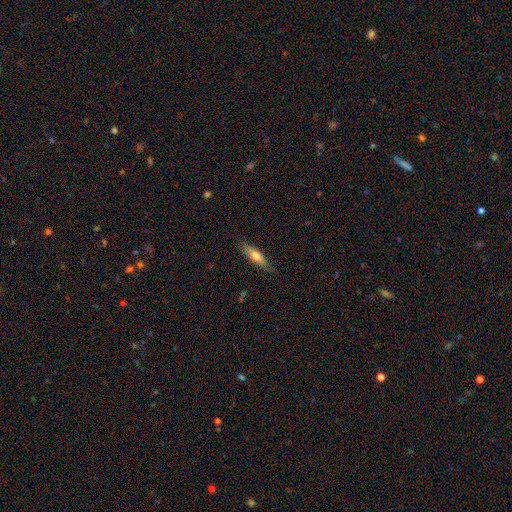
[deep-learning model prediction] Smooth or featured?
  - smooth: 62% *
  - featured or disk: 32%
  - star or artifact: 6%
How rounded?
  - cigar-shaped: 65% *
  - in between: 34%
  - round: 2%
Merging?
  - none: 81% *
  - minor disturbance: 15%
  - major disturbance: 3%
  - merger: 1%